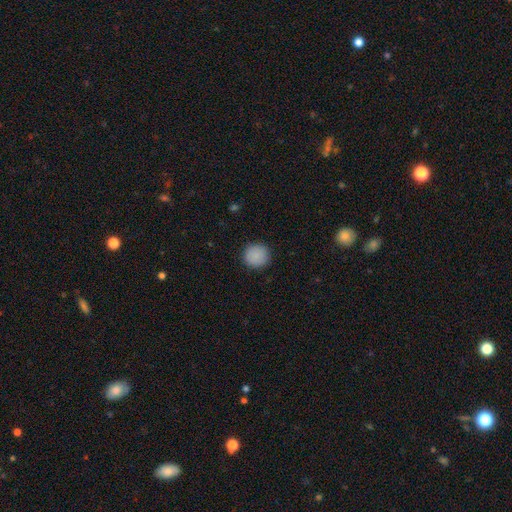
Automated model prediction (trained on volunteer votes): This appears to be a smooth galaxy with no disk features (89%) that is round (94%). Merging: none (91%).